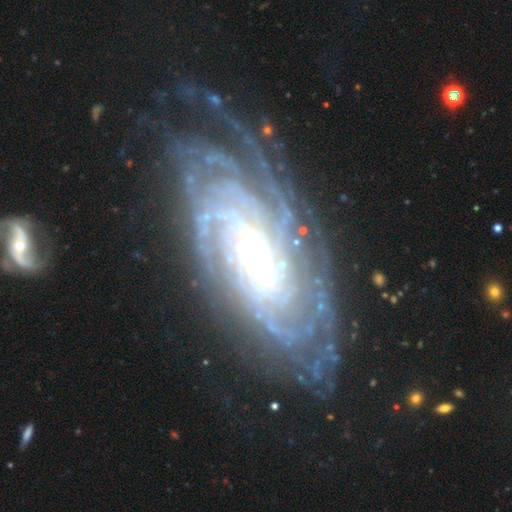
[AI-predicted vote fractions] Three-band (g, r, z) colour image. It shows a featured or disk galaxy (90%) with no bar (47%), more than 4 (29%) tight (78%) spiral arms (98%) and a moderate central bulge (45%). Merging: none (73%).